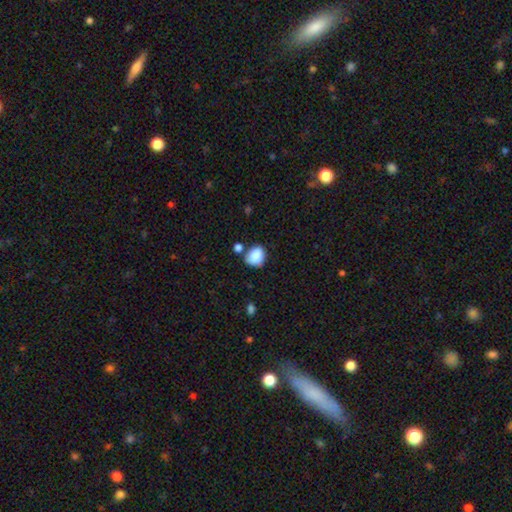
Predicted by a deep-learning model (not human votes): Smooth or featured? smooth (86%)
How rounded? round (51%)
Merging? none (57%)